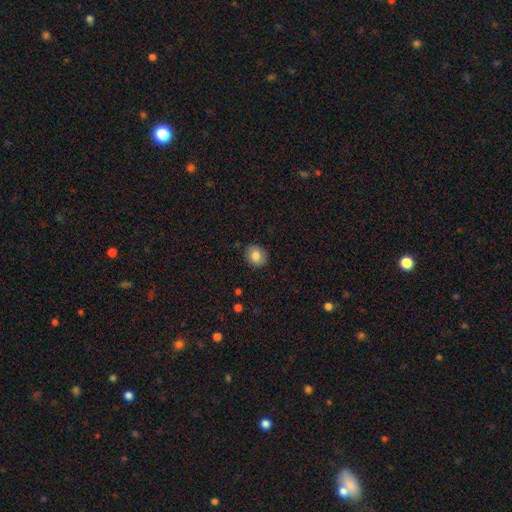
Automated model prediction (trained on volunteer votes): The model was most divided on "how rounded": round: 62%, in between: 37%, cigar-shaped: 1%. More confident: merging — none (87%); smooth or featured — smooth (80%).